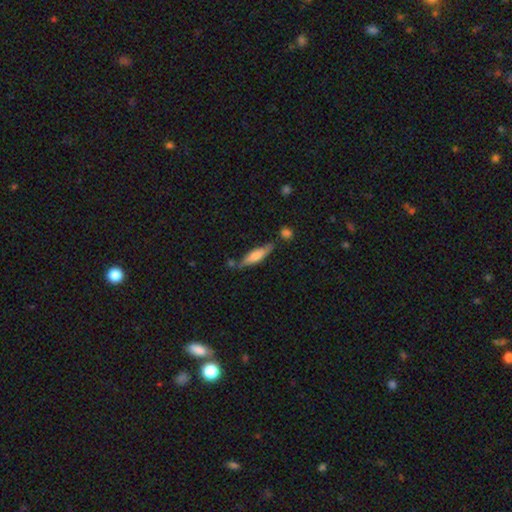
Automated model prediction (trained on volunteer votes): smooth 58%, featured or disk 36%, star or artifact 6%. Down the decision tree: how rounded — cigar-shaped (70%); merging — none (68%).